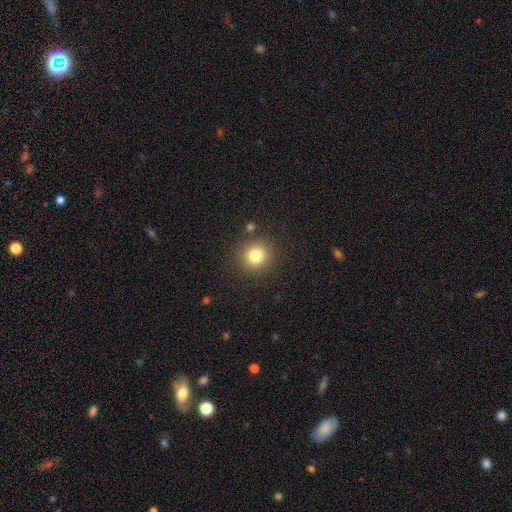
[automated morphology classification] Smooth or featured: smooth — 81% (star or artifact — 13%)
How rounded: round — 92% (in between — 7%)
Merging: none — 87% (minor disturbance — 7%)